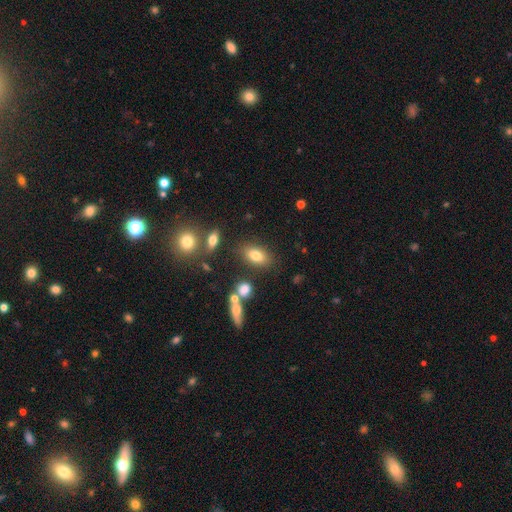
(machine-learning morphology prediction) Overall: smooth (78%). How rounded: in between (85%). Merging: none (77%).